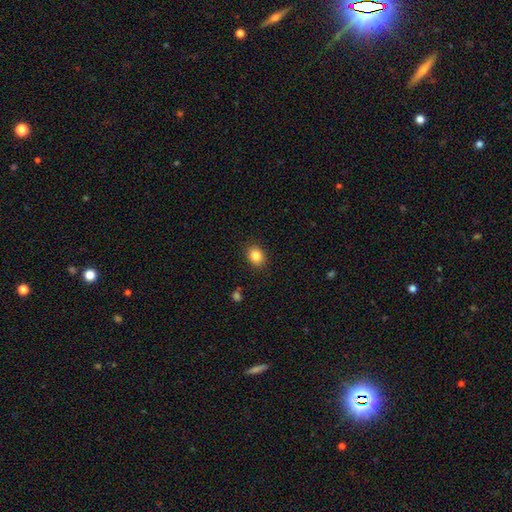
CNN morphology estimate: smooth 85%, star or artifact 9%, featured or disk 6%. Down the decision tree: how rounded — round (50%); merging — none (89%).